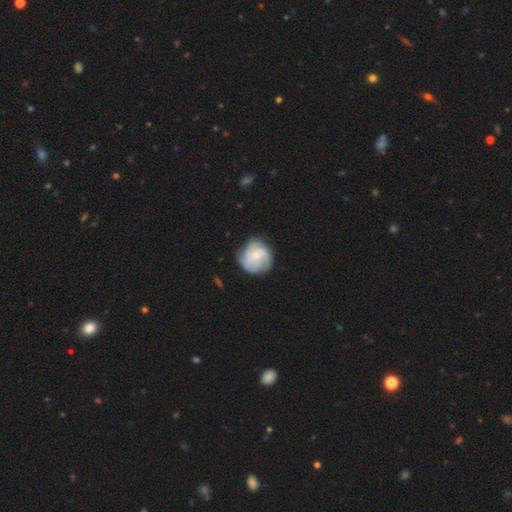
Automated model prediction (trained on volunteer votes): Q: Smooth or featured?
A: featured or disk (64%); runner-up: smooth (29%)
Q: Edge-on disk?
A: no (98%); runner-up: yes (2%)
Q: Bar?
A: no (74%); runner-up: weak (23%)
Q: Spiral arms?
A: yes (85%); runner-up: no (15%)
Q: Spiral winding?
A: tight (46%); runner-up: medium (38%)
Q: Spiral arm count?
A: 3 (33%); runner-up: can't tell (30%)
Q: Bulge size?
A: small (60%); runner-up: moderate (36%)
Q: Merging?
A: none (67%); runner-up: minor disturbance (23%)